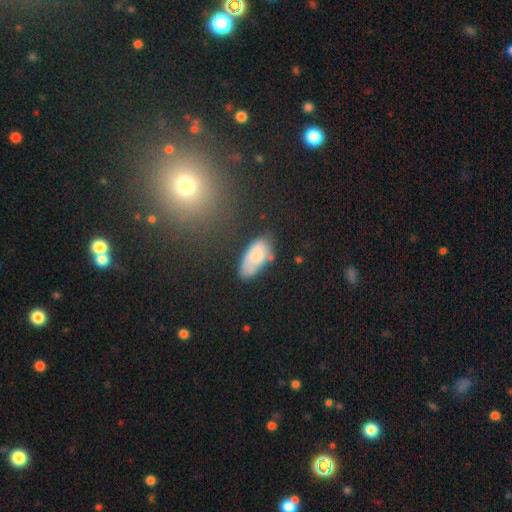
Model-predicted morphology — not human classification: smooth-or-featured: smooth: 69% | featured or disk: 23% | star or artifact: 8%
  how-rounded: in between: 89% | cigar-shaped: 8% | round: 3%
  merging: none: 57% | minor disturbance: 26% | major disturbance: 8% | merger: 8%